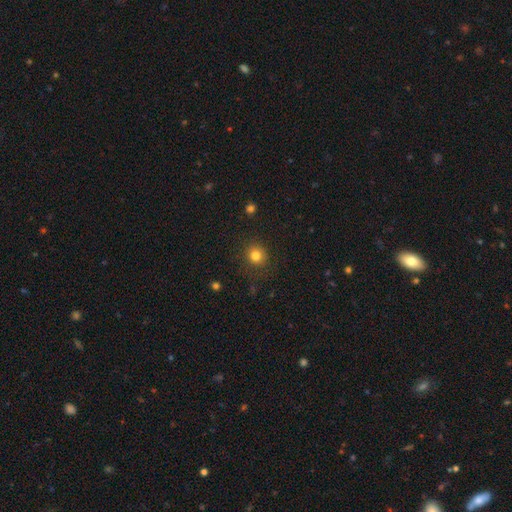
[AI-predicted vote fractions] Smooth or featured? smooth (81%)
How rounded? round (88%)
Merging? none (88%)